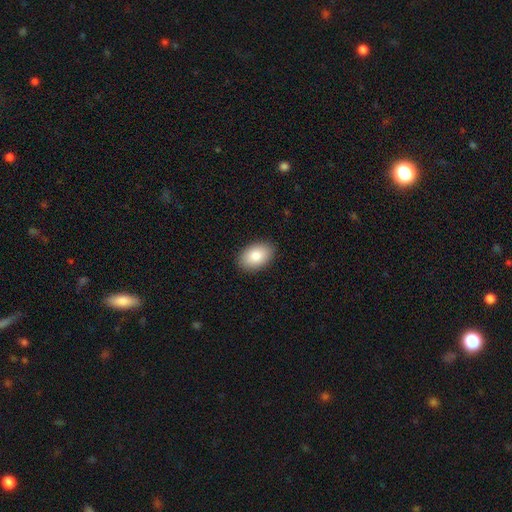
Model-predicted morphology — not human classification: Smooth or featured?
  - smooth: 85% *
  - featured or disk: 8%
  - star or artifact: 7%
How rounded?
  - in between: 91% *
  - round: 8%
  - cigar-shaped: 1%
Merging?
  - none: 89% *
  - minor disturbance: 8%
  - major disturbance: 2%
  - merger: 1%